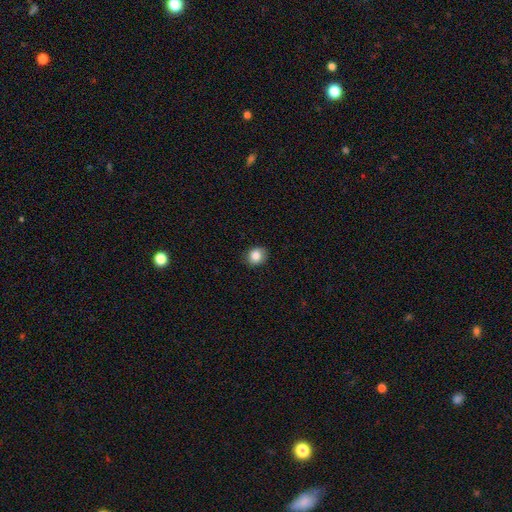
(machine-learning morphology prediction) smooth-or-featured: smooth: 86% | star or artifact: 9% | featured or disk: 5%
  how-rounded: round: 68% | in between: 31% | cigar-shaped: 1%
  merging: none: 86% | minor disturbance: 11% | major disturbance: 2% | merger: 1%